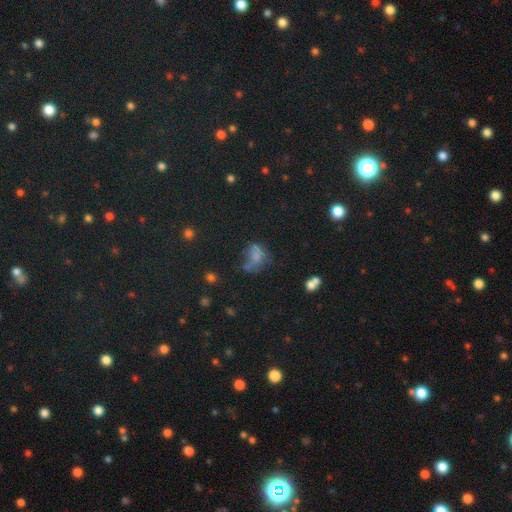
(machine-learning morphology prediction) Overall: smooth (57%; featured or disk 22%). How rounded: in between (68%; round 29%). Merging: major disturbance (33%; none 28%).